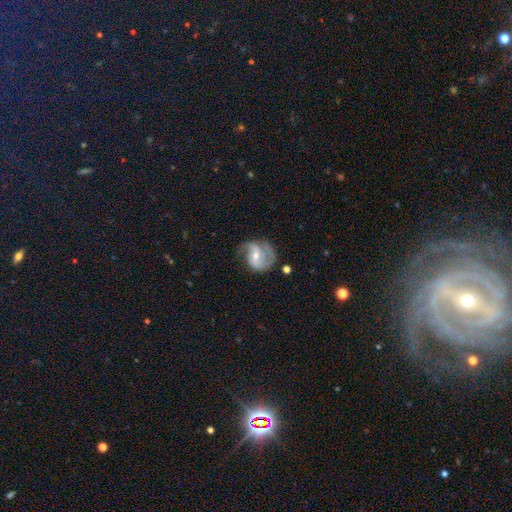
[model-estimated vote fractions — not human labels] featured or disk 79%, smooth 14%, star or artifact 7%. Down the decision tree: edge-on disk — no (97%); bar — weak (43%); spiral arms — yes (92%); spiral arm count — 2 (67%); spiral winding — medium (45%); bulge size — small (54%); merging — none (55%).